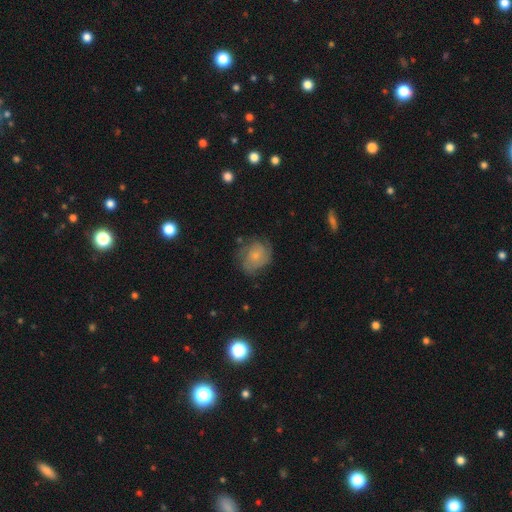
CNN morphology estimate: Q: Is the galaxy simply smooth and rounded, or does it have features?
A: featured or disk — 55%.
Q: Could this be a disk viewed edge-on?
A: no — 98%.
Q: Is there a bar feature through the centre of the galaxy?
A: no — 81%.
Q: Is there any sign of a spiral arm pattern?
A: yes — 83%.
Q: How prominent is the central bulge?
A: small — 70%.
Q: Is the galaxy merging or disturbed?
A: none — 62%.